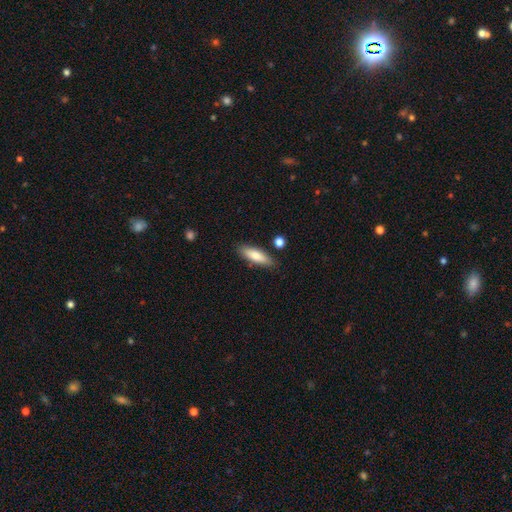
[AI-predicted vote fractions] A smooth galaxy with no disk features (78%) that is cigar-shaped (53%). Merging: none (84%).